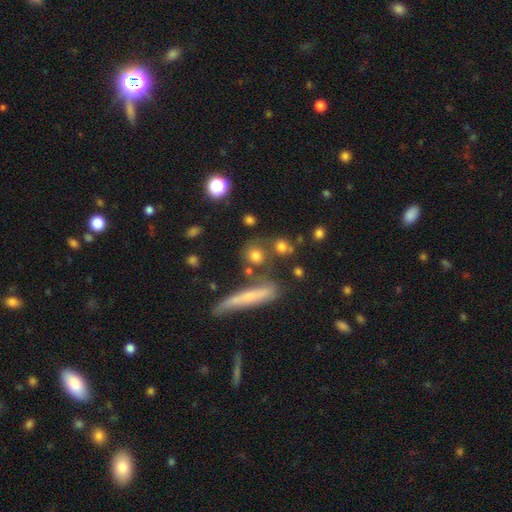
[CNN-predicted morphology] Q: Smooth or featured?
A: smooth (73%); runner-up: featured or disk (15%)
Q: How rounded?
A: round (71%); runner-up: in between (18%)
Q: Merging?
A: none (64%); runner-up: merger (17%)